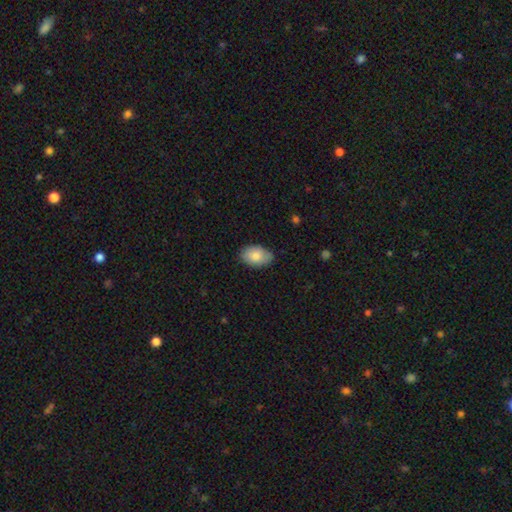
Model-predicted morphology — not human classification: Overall: smooth (82%). How rounded: in between (91%). Merging: none (80%).